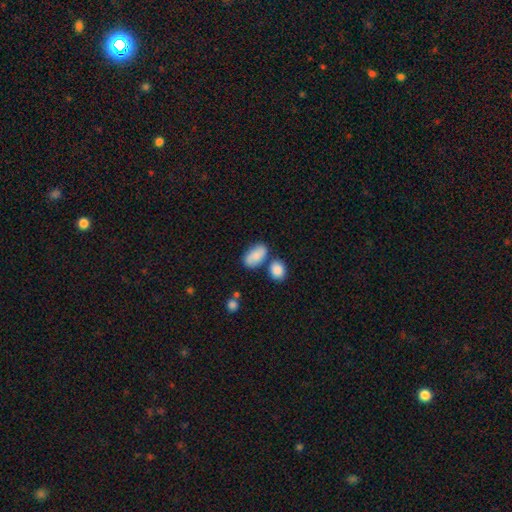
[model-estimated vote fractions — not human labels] Q: Smooth or featured?
A: smooth (80%); runner-up: featured or disk (12%)
Q: How rounded?
A: in between (91%); runner-up: round (7%)
Q: Merging?
A: none (58%); runner-up: merger (19%)